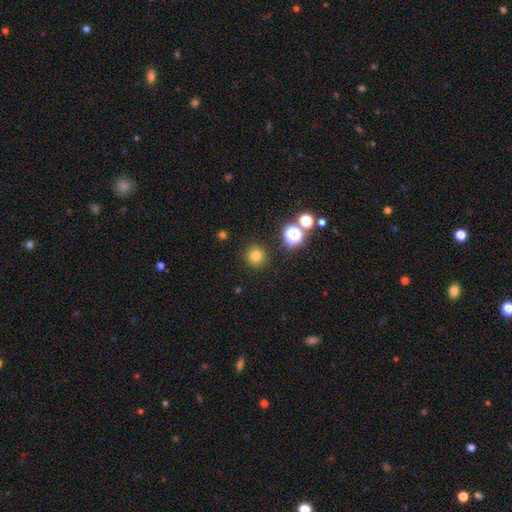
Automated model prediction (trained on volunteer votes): Smooth or featured: smooth — 77% (star or artifact — 17%)
How rounded: round — 95% (in between — 4%)
Merging: none — 90% (minor disturbance — 6%)